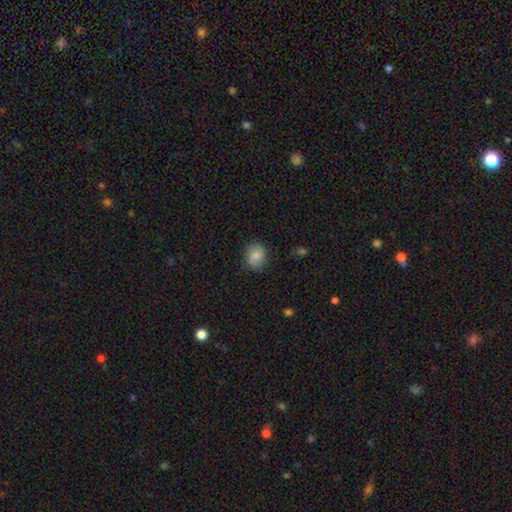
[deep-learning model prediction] A smooth galaxy with no disk features (75%) that is round (68%). Merging: none (76%).